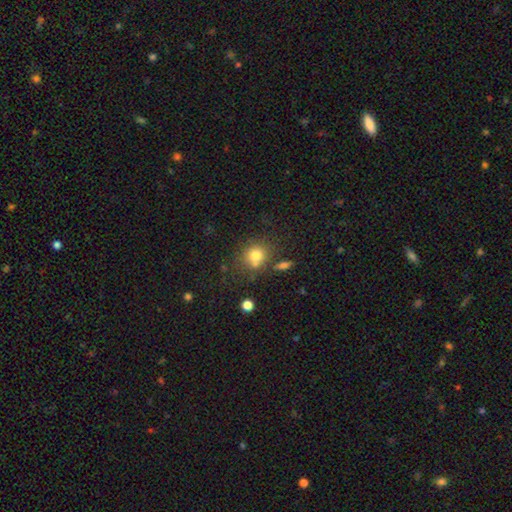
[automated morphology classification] smooth 77%, star or artifact 13%, featured or disk 11%. Down the decision tree: how rounded — round (77%); merging — none (62%).